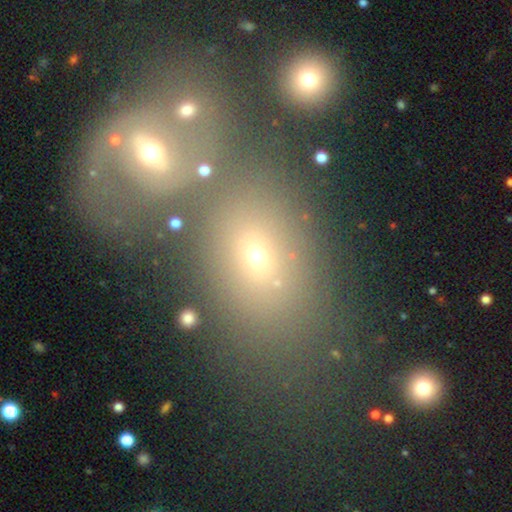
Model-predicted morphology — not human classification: Smooth or featured: smooth — 62% (star or artifact — 19%)
How rounded: in between — 70% (round — 28%)
Merging: none — 51% (merger — 30%)